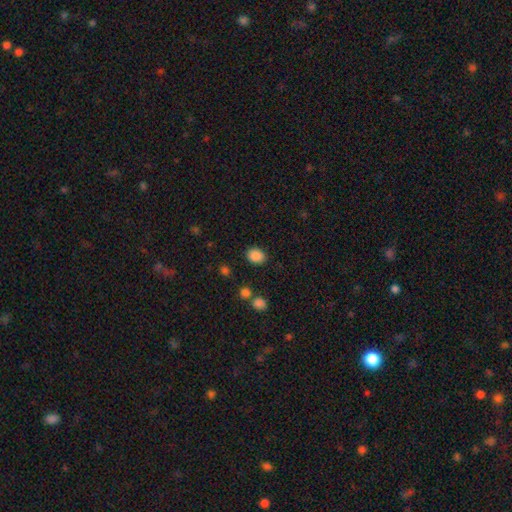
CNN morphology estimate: Q: Smooth or featured?
A: smooth (87%); runner-up: star or artifact (9%)
Q: How rounded?
A: in between (63%); runner-up: round (36%)
Q: Merging?
A: none (85%); runner-up: minor disturbance (10%)